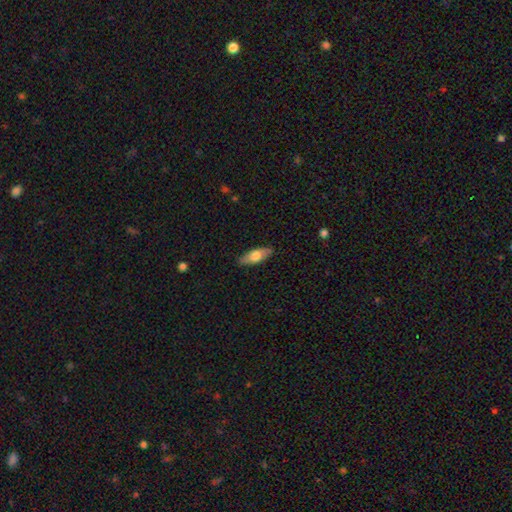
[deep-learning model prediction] Smooth or featured? smooth (63%)
How rounded? in between (66%)
Merging? none (86%)